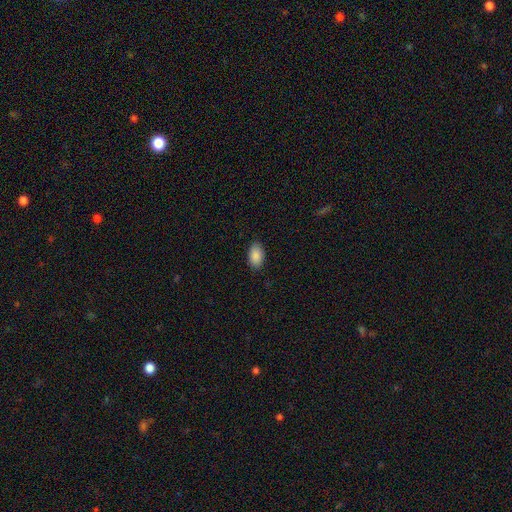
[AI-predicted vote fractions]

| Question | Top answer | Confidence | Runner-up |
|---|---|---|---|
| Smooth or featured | smooth | 89% | star or artifact (7%) |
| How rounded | in between | 93% | round (5%) |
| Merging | none | 88% | minor disturbance (9%) |